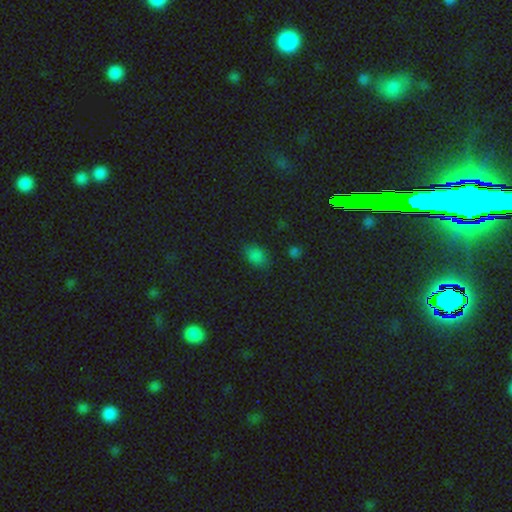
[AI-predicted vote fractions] Overall: smooth (76%). How rounded: in between (79%). Merging: none (77%).